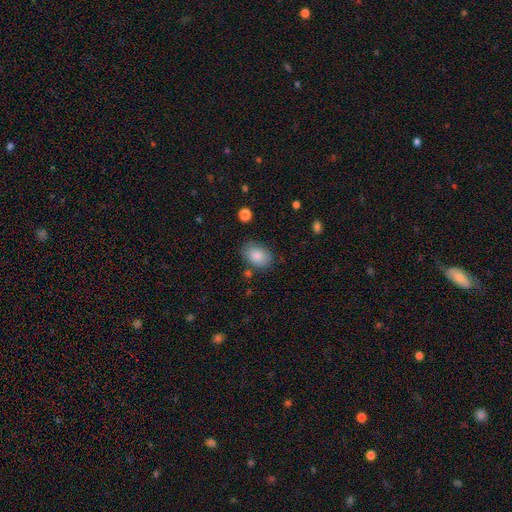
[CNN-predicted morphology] smooth 85%, featured or disk 8%, star or artifact 8%. Down the decision tree: how rounded — in between (83%); merging — none (79%).